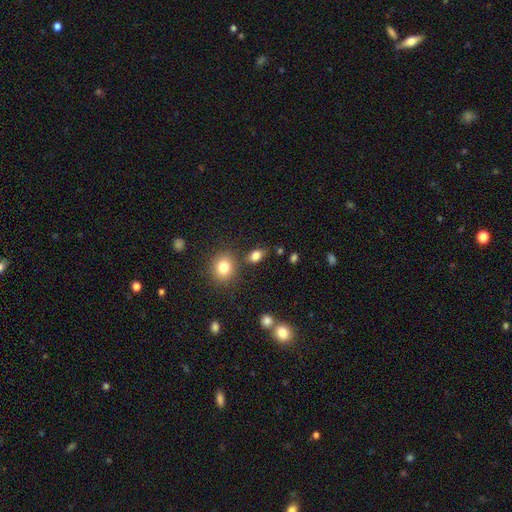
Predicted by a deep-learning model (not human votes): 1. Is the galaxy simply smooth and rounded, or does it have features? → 82% smooth, 11% star or artifact, 7% featured or disk.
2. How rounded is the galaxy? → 74% in between, 24% round, 3% cigar-shaped.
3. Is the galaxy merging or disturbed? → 73% none, 15% minor disturbance, 8% merger, 5% major disturbance.